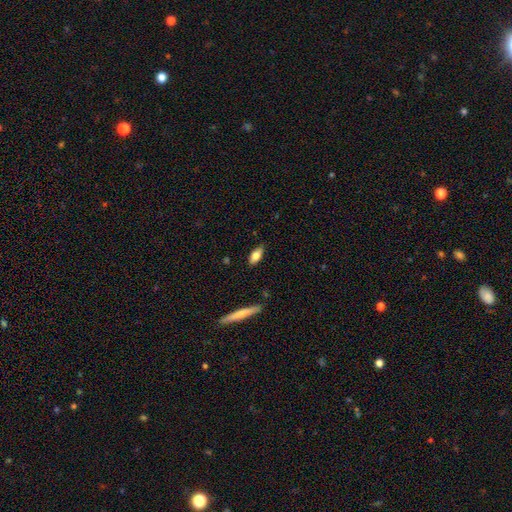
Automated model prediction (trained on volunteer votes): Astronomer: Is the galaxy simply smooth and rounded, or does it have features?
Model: smooth — 73%.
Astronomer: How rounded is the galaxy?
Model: in between — 76%.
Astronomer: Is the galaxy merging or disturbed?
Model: none — 82%.